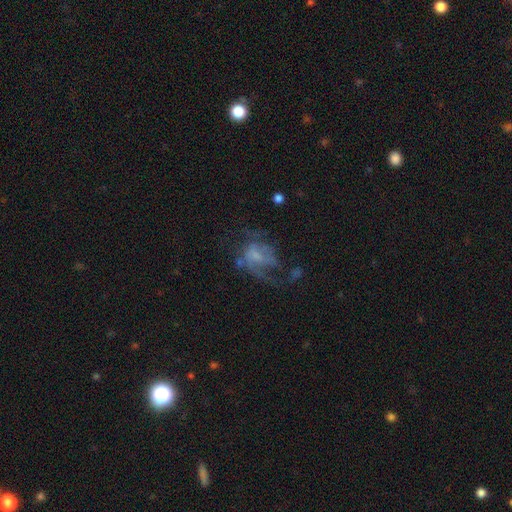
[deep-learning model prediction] This appears to be a featured or disk galaxy (62%) with no bar (54%), spiral arms (68%) and a small central bulge (35%, tied with none). Merging: major disturbance (44%).